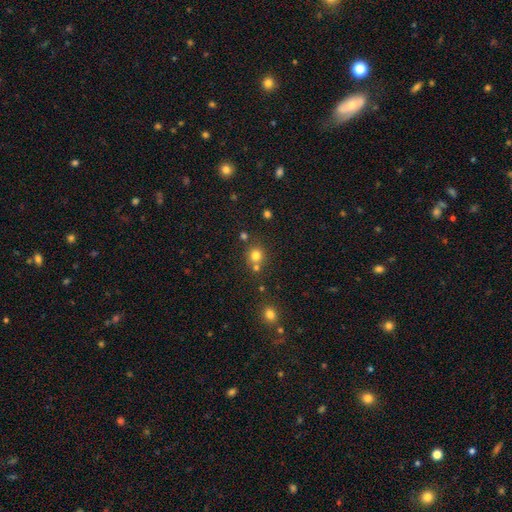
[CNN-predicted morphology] type=smooth (77%); roundness=round (88%); merging=none (67%).